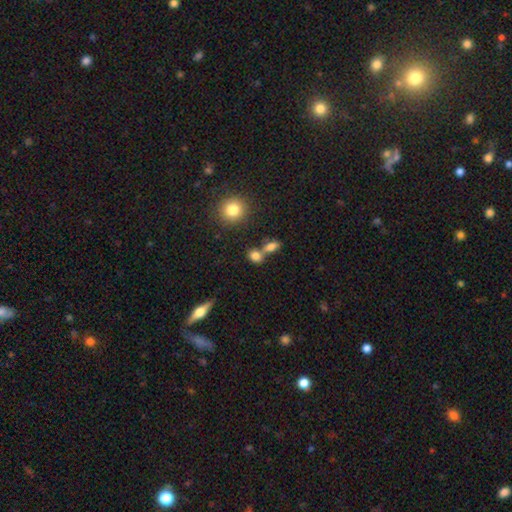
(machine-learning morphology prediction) Smooth or featured: smooth — 79% (star or artifact — 12%)
How rounded: in between — 53% (round — 43%)
Merging: none — 44% (merger — 43%)